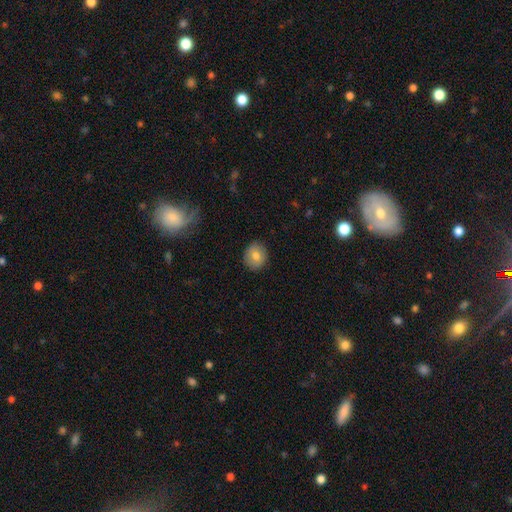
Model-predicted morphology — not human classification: This appears to be a smooth galaxy with no disk features (77%) that is round (78%). Merging: none (89%).